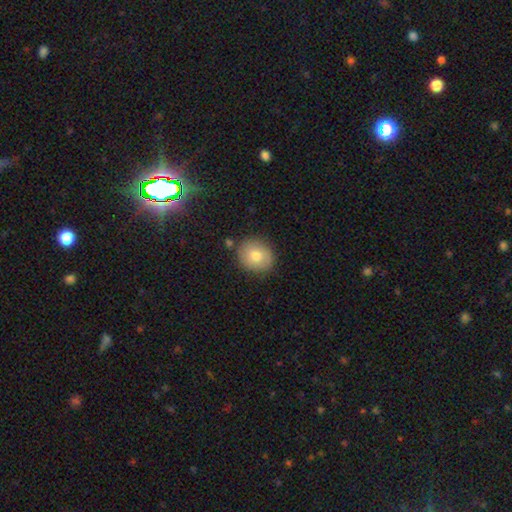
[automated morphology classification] Overall: smooth (77%). How rounded: round (76%). Merging: none (84%).